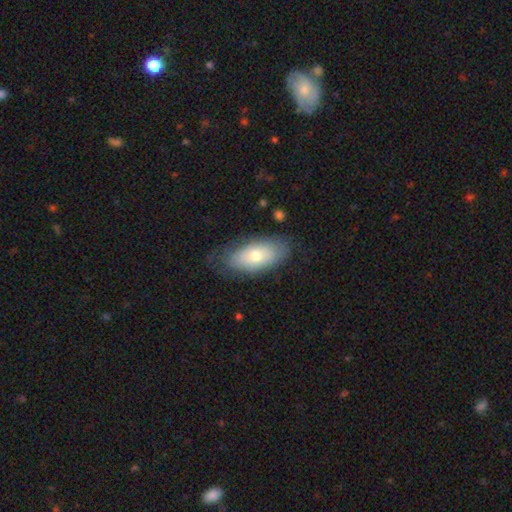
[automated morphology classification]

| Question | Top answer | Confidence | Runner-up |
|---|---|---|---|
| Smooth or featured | smooth | 63% | featured or disk (30%) |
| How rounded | in between | 91% | cigar-shaped (5%) |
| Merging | none | 70% | minor disturbance (21%) |